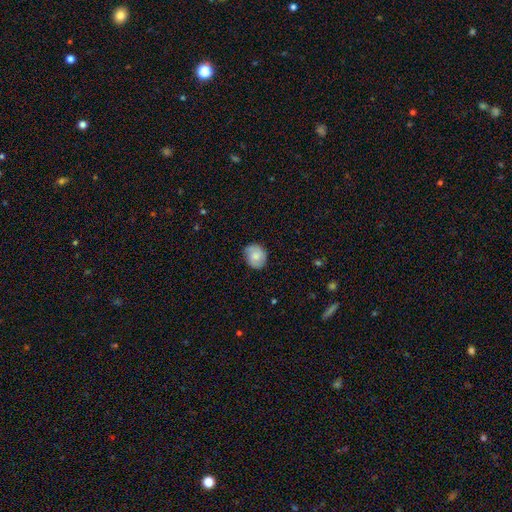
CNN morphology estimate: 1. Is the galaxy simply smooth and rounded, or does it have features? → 67% smooth, 25% featured or disk, 8% star or artifact.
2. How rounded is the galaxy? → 62% round, 37% in between, 1% cigar-shaped.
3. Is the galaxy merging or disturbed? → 79% none, 17% minor disturbance, 3% major disturbance, 1% merger.